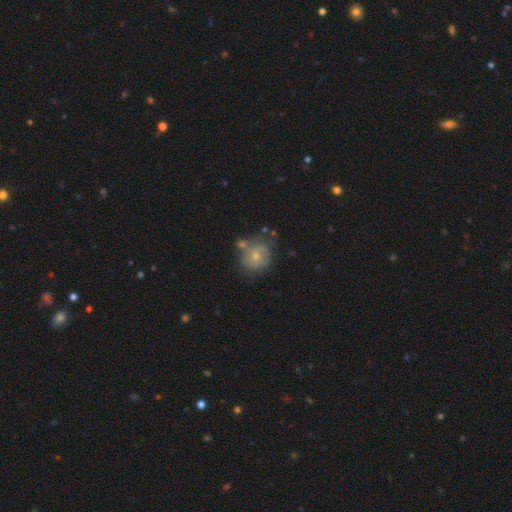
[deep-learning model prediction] This appears to be a smooth galaxy with no disk features (53%) that is round (80%). Merging: none (57%).